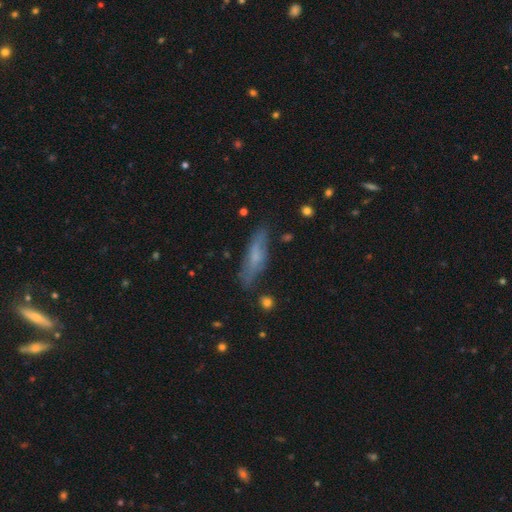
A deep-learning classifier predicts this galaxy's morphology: Overall: smooth (50%; featured or disk 41%). How rounded: cigar-shaped (65%; in between 33%). Merging: none (74%).